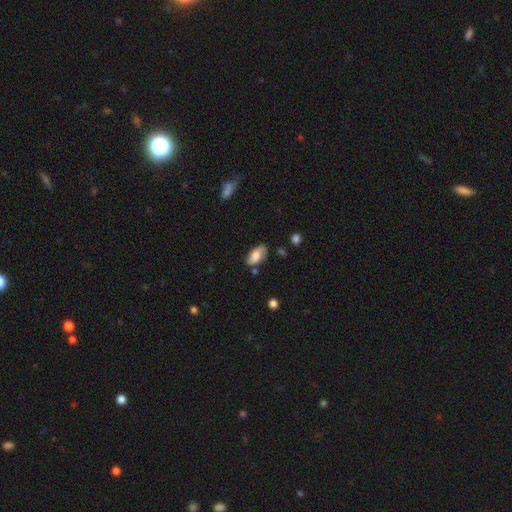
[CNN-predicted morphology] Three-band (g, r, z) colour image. It shows a smooth galaxy with no disk features (70%) that is in between round and cigar-shaped (92%). Merging: none (68%).